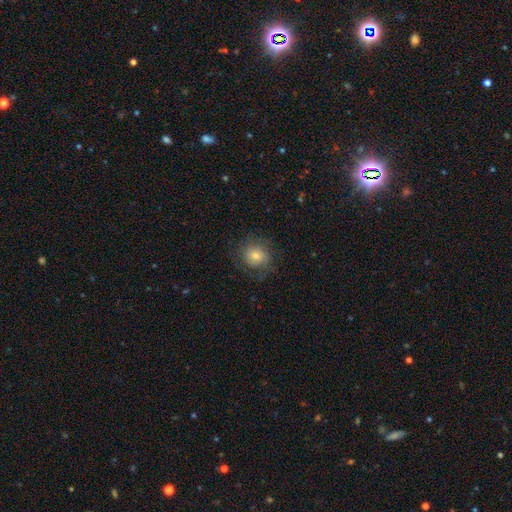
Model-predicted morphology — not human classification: type=smooth (62%); roundness=round (85%); merging=none (73%).